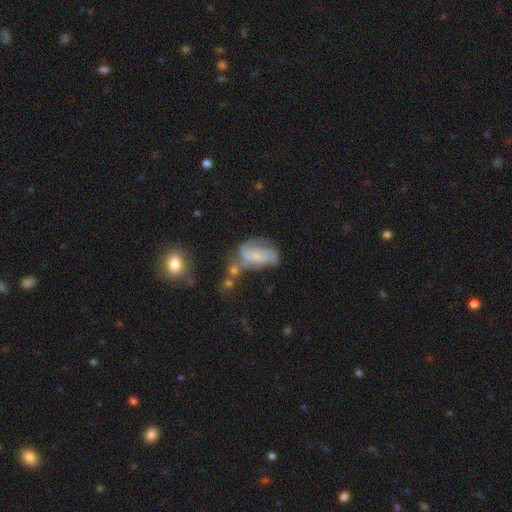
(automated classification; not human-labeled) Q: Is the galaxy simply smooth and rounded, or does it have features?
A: featured or disk — 58%.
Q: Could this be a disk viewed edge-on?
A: no — 96%.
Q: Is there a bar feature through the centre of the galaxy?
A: no — 66%.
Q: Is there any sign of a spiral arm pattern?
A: yes — 81%.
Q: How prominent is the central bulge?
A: small — 55%.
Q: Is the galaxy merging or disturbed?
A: none — 34%.